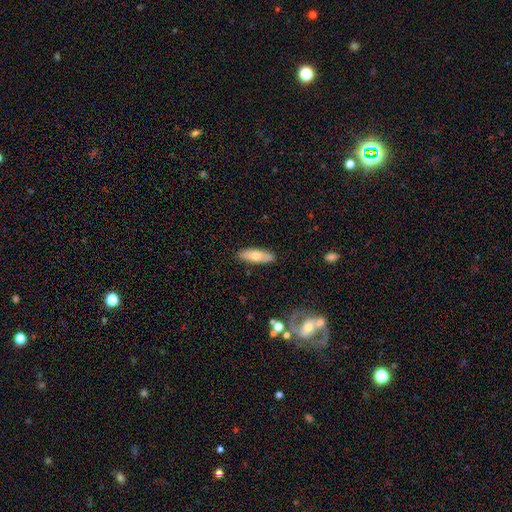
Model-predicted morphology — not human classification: smooth_or_featured: smooth (p=0.69) [alt: featured or disk p=0.25]
how_rounded: in between (p=0.56) [alt: cigar-shaped p=0.42]
merging: none (p=0.87) [alt: minor disturbance p=0.09]